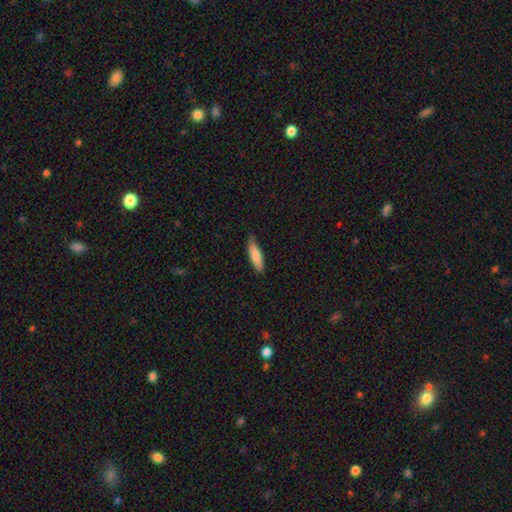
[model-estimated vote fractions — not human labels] A smooth galaxy with no disk features (80%) that is cigar-shaped (65%). Merging: none (85%).